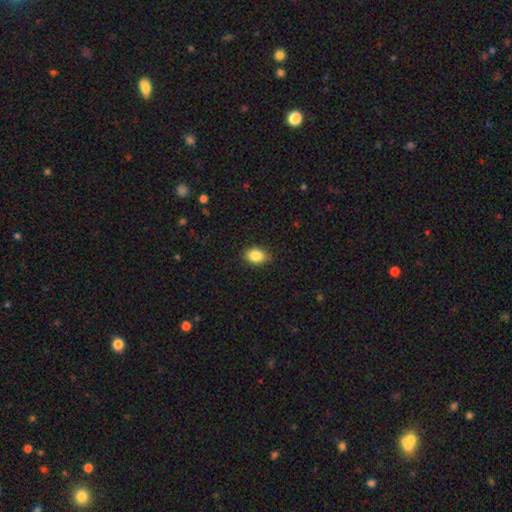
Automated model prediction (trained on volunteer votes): The model was most divided on "how rounded": in between: 77%, round: 22%, cigar-shaped: 1%. More confident: smooth or featured — smooth (86%); merging — none (84%).